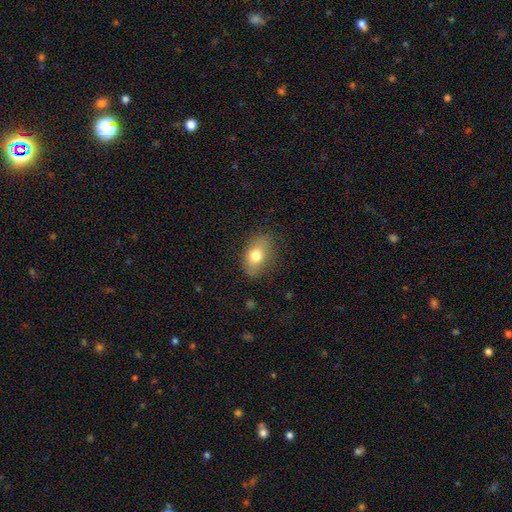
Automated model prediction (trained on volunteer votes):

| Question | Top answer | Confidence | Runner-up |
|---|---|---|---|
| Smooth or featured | smooth | 76% | featured or disk (16%) |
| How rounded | in between | 84% | round (13%) |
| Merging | none | 73% | minor disturbance (20%) |